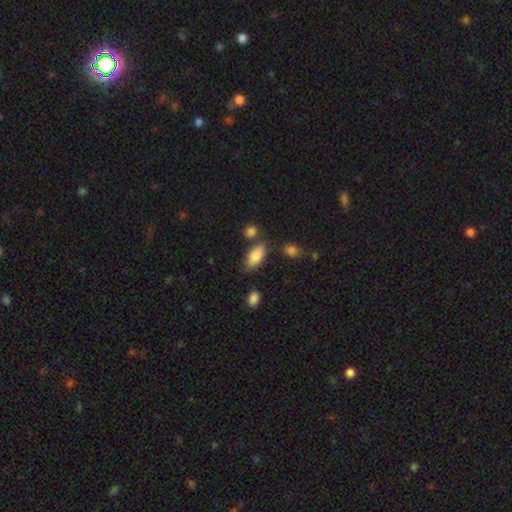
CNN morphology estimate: This is clearly a smooth galaxy (86%). How rounded: clearly in between (91%). Merging: likely none (70%).